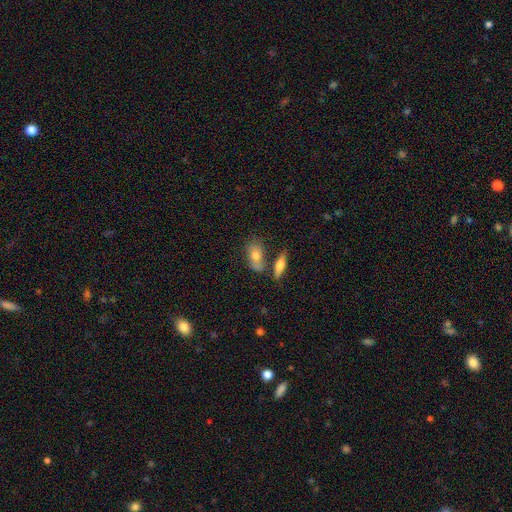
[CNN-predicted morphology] type=smooth (69%); roundness=in between (83%); merging=none (56%).